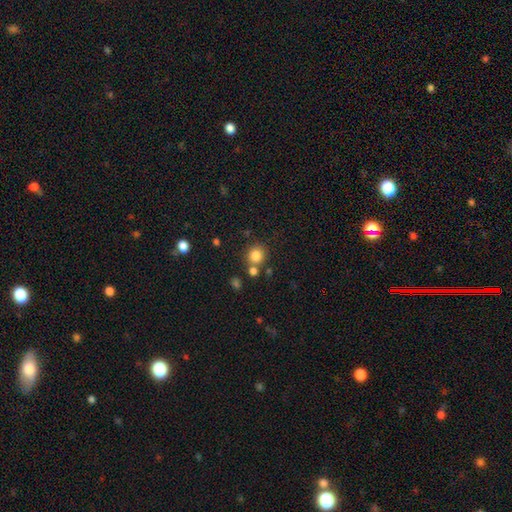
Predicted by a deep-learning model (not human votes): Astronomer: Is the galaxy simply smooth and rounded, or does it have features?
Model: smooth — 82%.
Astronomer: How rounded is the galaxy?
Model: round — 88%.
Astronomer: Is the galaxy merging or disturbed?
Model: none — 73%.